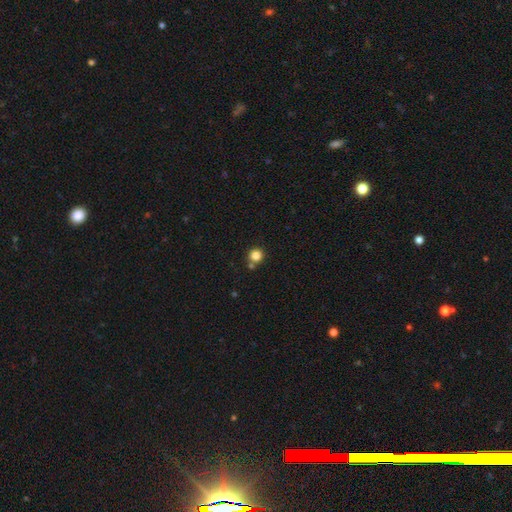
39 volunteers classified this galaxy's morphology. type=smooth (79%); roundness=round (100%); merging=none (68%).